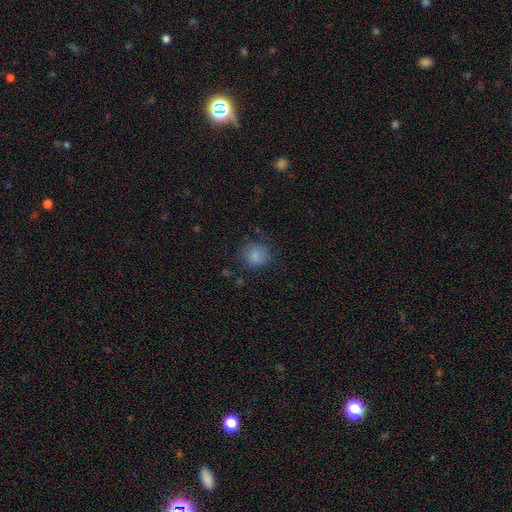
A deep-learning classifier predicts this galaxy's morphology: A smooth galaxy with no disk features (83%) that is round (80%). Merging: none (74%).